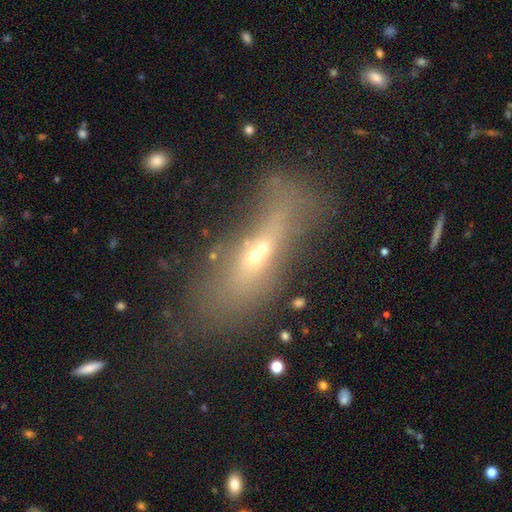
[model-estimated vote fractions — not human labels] smooth_or_featured: smooth (p=0.41) [alt: featured or disk p=0.39]
merging: none (p=0.30) [alt: merger p=0.27]